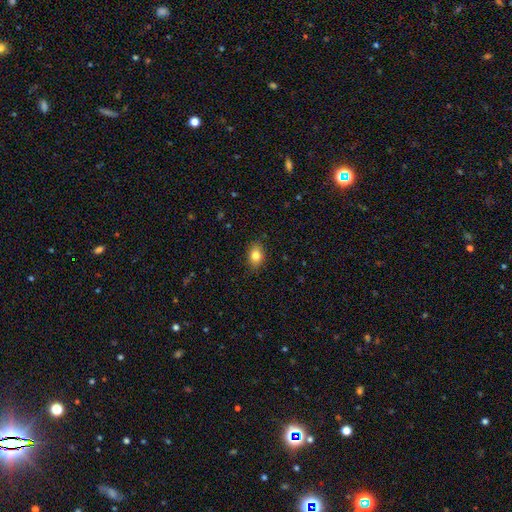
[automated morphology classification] A smooth galaxy with no disk features (82%) that is in between round and cigar-shaped (71%).

Vote fractions:
- Smooth or featured? smooth: 82% / star or artifact: 9% / featured or disk: 8%
- How rounded? in between: 71% / round: 28% / cigar-shaped: 1%
- Merging? none: 85% / minor disturbance: 11% / major disturbance: 2% / merger: 1%